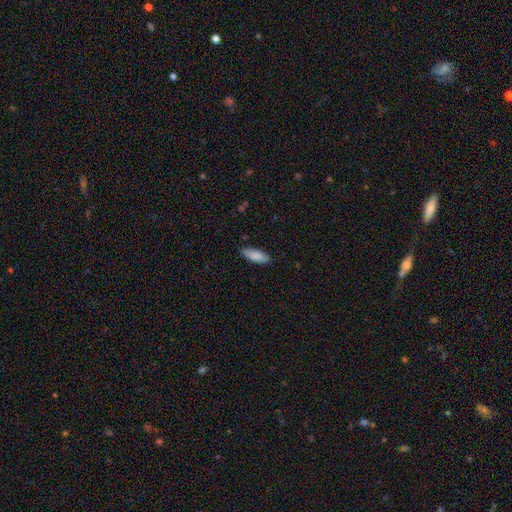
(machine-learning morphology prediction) type=smooth (86%); roundness=in between (71%); merging=none (83%).